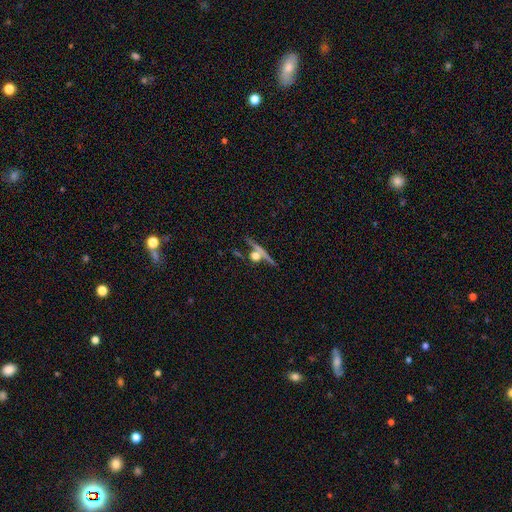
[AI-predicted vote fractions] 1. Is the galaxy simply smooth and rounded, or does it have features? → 45% featured or disk, 34% smooth, 21% star or artifact.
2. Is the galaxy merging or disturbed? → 69% none, 15% merger, 10% minor disturbance, 6% major disturbance.